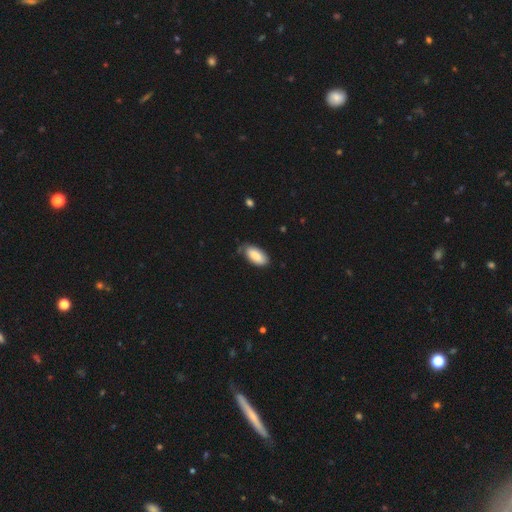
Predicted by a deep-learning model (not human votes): Morphology: type=smooth (84%); roundness=in between (92%); merging=none (65%).